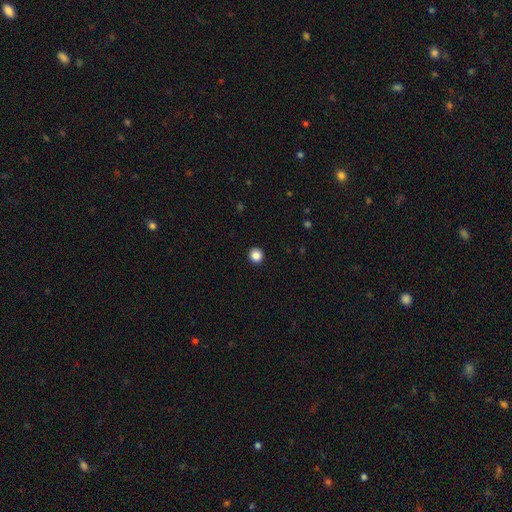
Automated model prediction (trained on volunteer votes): smooth_or_featured: smooth (p=0.87) [alt: star or artifact p=0.10]
how_rounded: round (p=0.95) [alt: in between p=0.04]
merging: none (p=0.94) [alt: minor disturbance p=0.04]